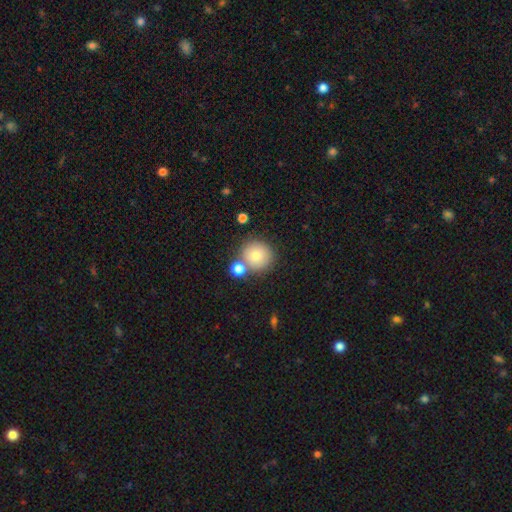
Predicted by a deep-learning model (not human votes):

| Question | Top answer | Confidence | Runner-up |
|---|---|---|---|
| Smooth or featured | smooth | 80% | featured or disk (10%) |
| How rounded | round | 91% | in between (8%) |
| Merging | none | 68% | merger (18%) |